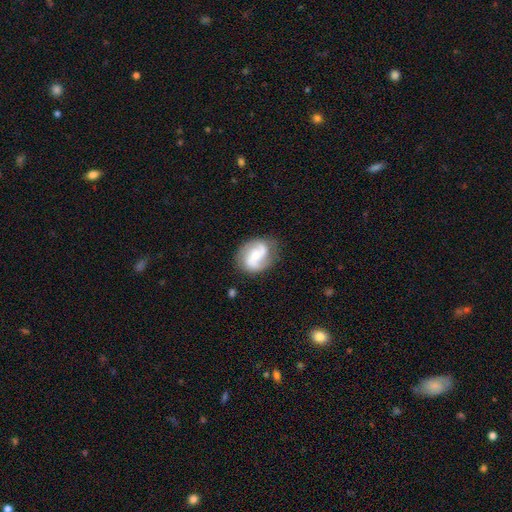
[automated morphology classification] smooth_or_featured: featured or disk (p=0.79) [alt: smooth p=0.16]
disk_edge_on: no (p=0.98) [alt: yes p=0.02]
bar: no (p=0.47) [alt: weak p=0.38]
has_spiral_arms: yes (p=0.95) [alt: no p=0.05]
spiral_winding: medium (p=0.47) [alt: loose p=0.32]
spiral_arm_count: 2 (p=0.89) [alt: can't tell p=0.05]
bulge_size: moderate (p=0.47) [alt: small p=0.44]
merging: none (p=0.76) [alt: minor disturbance p=0.16]